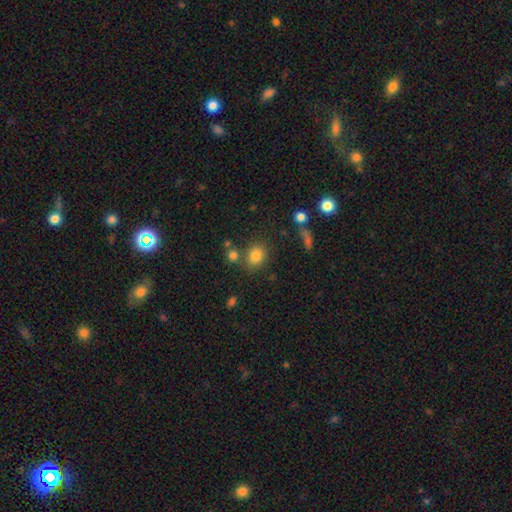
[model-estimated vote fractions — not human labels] The model was most divided on "how rounded": round: 63%, in between: 35%, cigar-shaped: 1%. More confident: smooth or featured — smooth (80%); merging — none (71%).